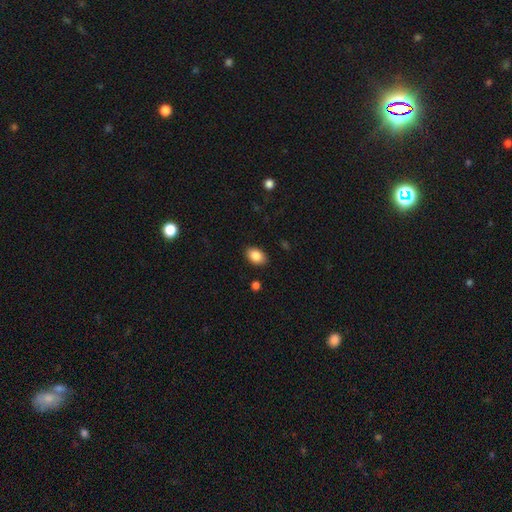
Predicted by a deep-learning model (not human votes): Smooth or featured: smooth — 87% (star or artifact — 8%)
How rounded: in between — 85% (round — 14%)
Merging: none — 88% (minor disturbance — 9%)